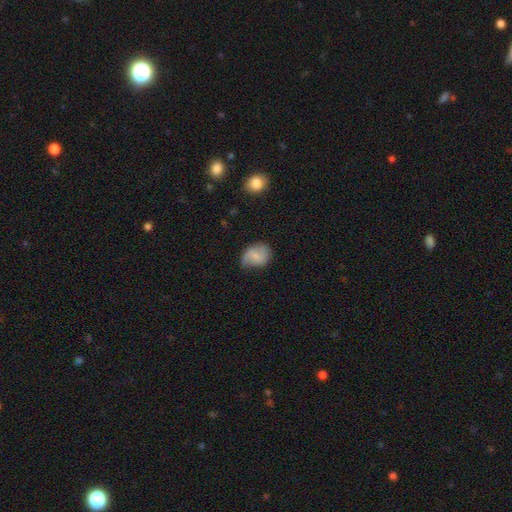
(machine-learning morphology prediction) smooth-or-featured: smooth: 66% | featured or disk: 26% | star or artifact: 8%
  how-rounded: in between: 58% | round: 41% | cigar-shaped: 1%
  merging: none: 53% | minor disturbance: 35% | major disturbance: 11% | merger: 2%